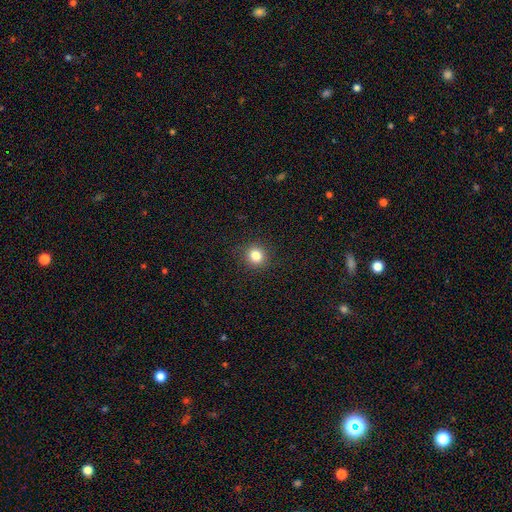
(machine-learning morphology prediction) smooth-or-featured: smooth: 83% | star or artifact: 12% | featured or disk: 5%
  how-rounded: round: 89% | in between: 10% | cigar-shaped: 1%
  merging: none: 91% | minor disturbance: 6% | major disturbance: 2% | merger: 1%